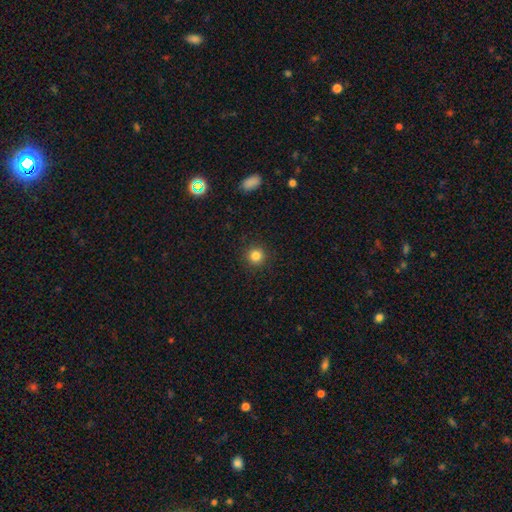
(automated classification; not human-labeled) Smooth or featured? smooth (83%)
How rounded? round (94%)
Merging? none (91%)